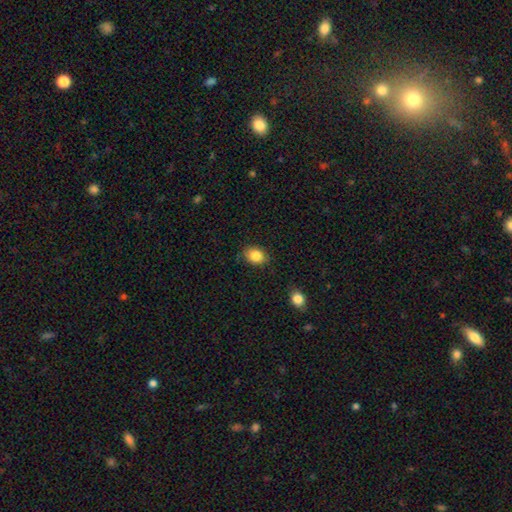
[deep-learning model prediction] Smooth or featured? Predicted: smooth (p=0.85). How rounded? Predicted: in between (p=0.60). Merging? Predicted: none (p=0.81).